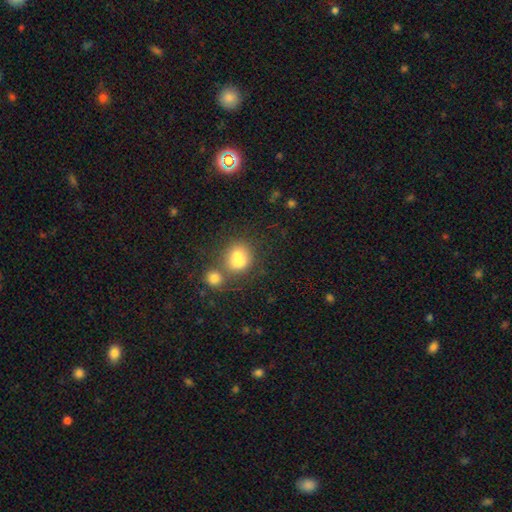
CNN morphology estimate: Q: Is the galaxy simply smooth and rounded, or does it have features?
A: smooth — 69%.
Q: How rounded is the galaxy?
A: round — 78%.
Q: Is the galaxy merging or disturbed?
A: none — 70%.